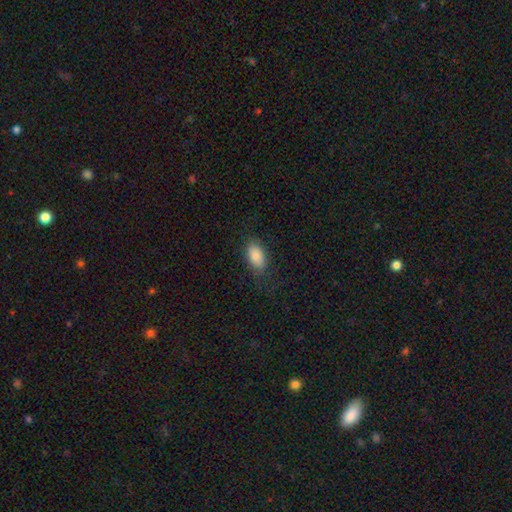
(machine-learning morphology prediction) Smooth or featured?
  - smooth: 85% *
  - featured or disk: 8%
  - star or artifact: 7%
How rounded?
  - in between: 92% *
  - round: 5%
  - cigar-shaped: 4%
Merging?
  - none: 76% *
  - minor disturbance: 17%
  - major disturbance: 6%
  - merger: 1%